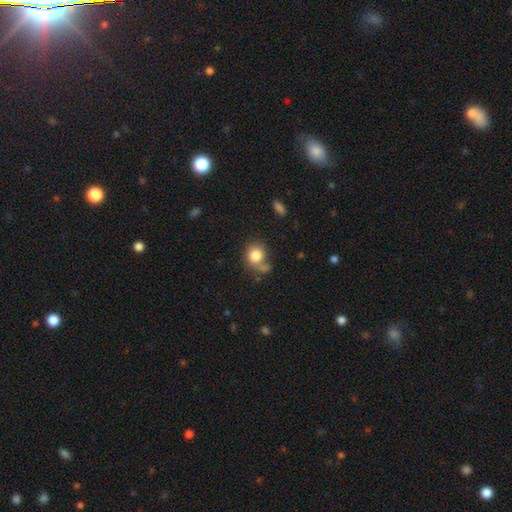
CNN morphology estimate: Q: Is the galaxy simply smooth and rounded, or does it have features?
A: smooth — 82%.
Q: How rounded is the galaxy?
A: round — 74%.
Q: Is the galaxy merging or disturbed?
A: none — 55%.